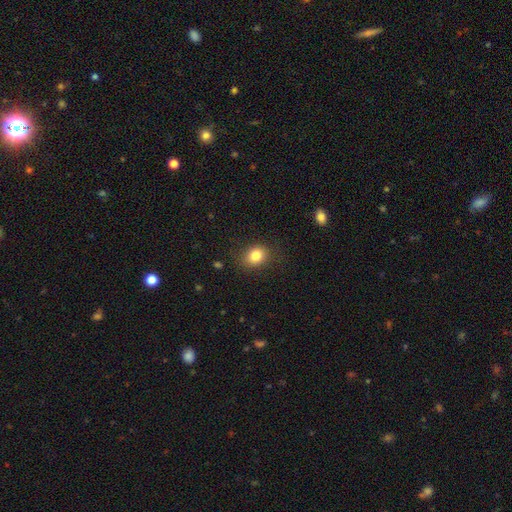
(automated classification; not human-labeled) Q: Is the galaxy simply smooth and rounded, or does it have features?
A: smooth — 83%.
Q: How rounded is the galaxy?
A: in between — 52%.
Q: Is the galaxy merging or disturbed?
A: none — 82%.